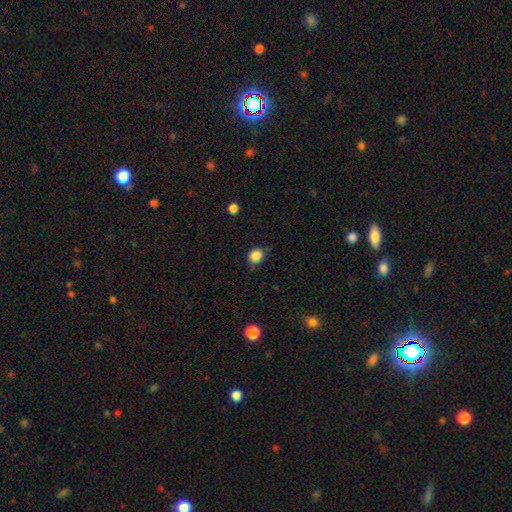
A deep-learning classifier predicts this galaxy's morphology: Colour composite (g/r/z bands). It shows a smooth galaxy with no disk features (86%) that is round (77%). Merging: none (72%).